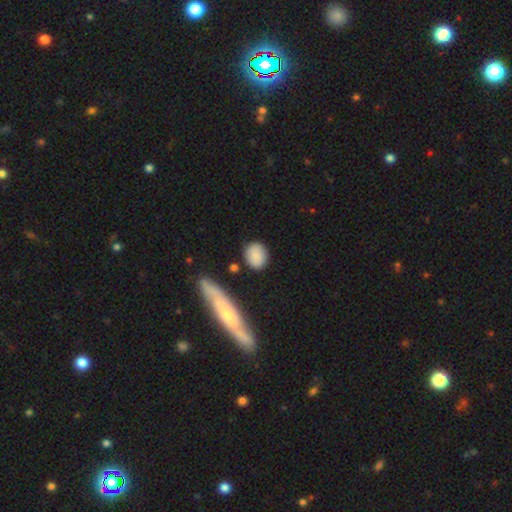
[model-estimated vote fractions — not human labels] Smooth or featured? smooth (85%)
How rounded? round (64%)
Merging? none (83%)